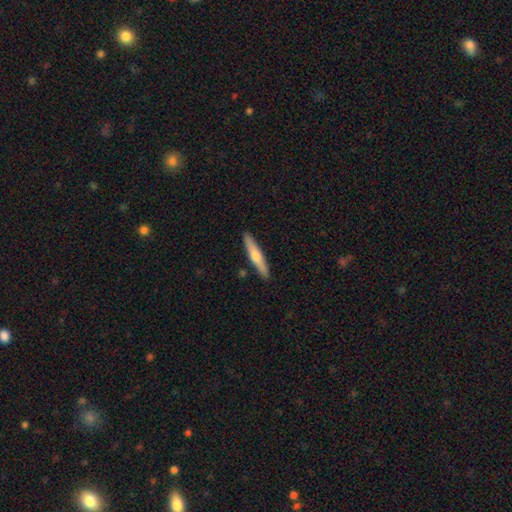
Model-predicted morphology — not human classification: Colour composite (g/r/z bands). It shows a smooth galaxy with no disk features (50%). Merging: none (90%).